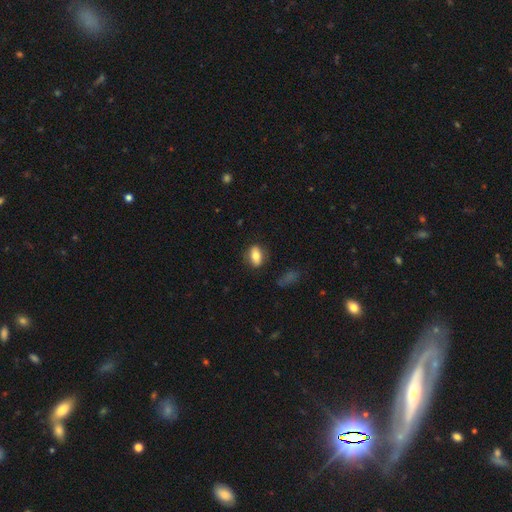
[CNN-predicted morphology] smooth 75%, featured or disk 18%, star or artifact 8%. Down the decision tree: how rounded — in between (80%); merging — none (81%).